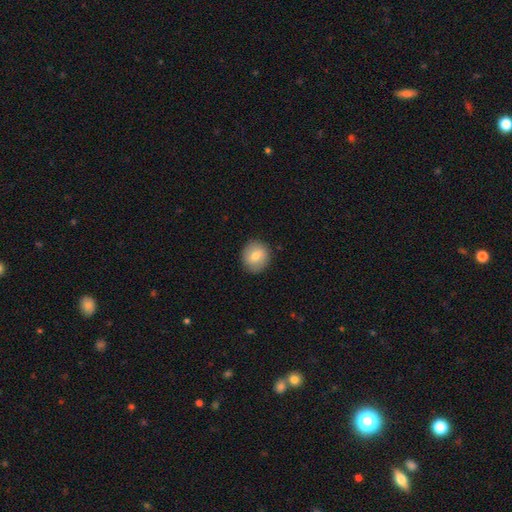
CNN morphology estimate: type=smooth (76%); roundness=round (86%); merging=none (89%).